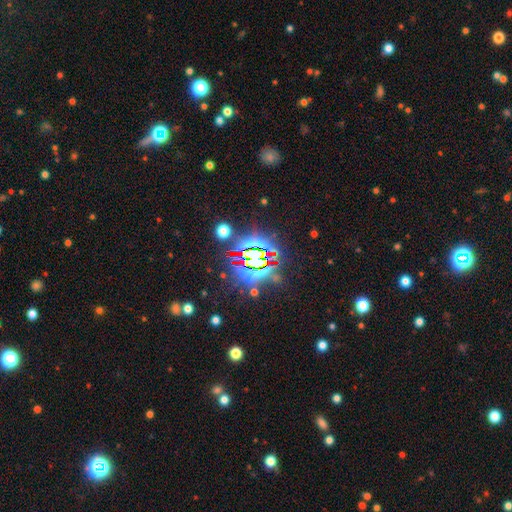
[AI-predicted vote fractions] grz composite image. It shows a star or artifact, not a galaxy (78%).